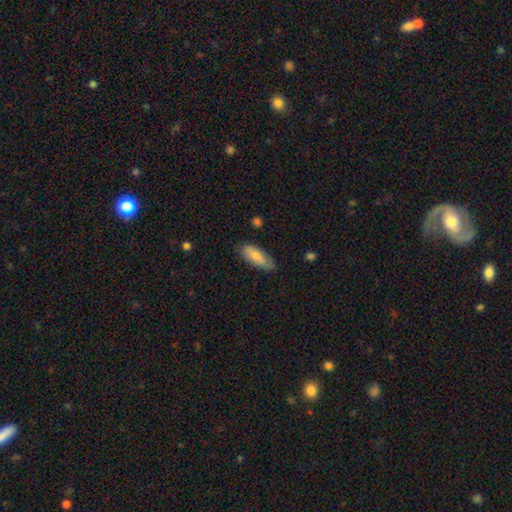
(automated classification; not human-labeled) smooth 80%, featured or disk 14%, star or artifact 6%. Down the decision tree: how rounded — in between (70%); merging — none (74%).